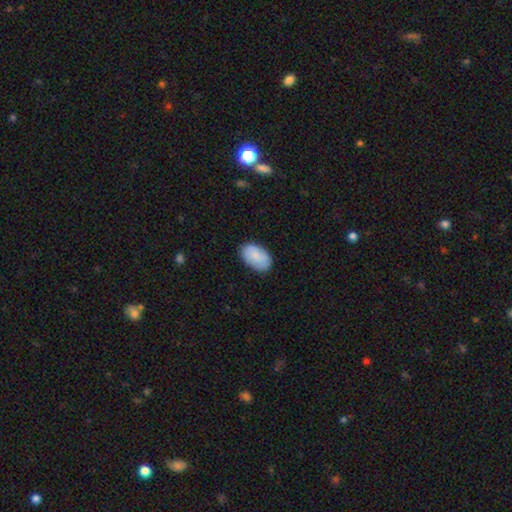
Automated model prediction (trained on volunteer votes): smooth_or_featured: smooth (p=0.84) [alt: featured or disk p=0.09]
how_rounded: in between (p=0.93) [alt: round p=0.05]
merging: none (p=0.82) [alt: minor disturbance p=0.14]